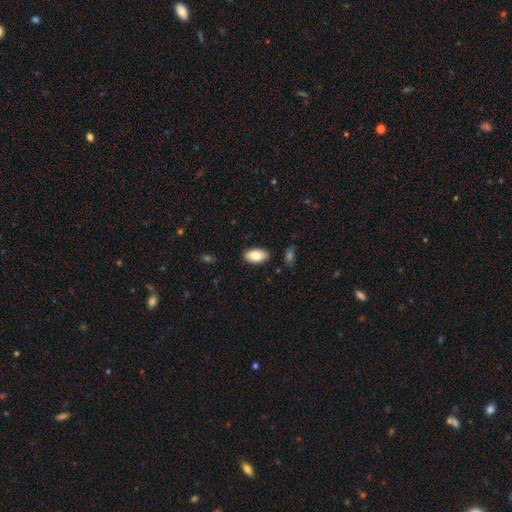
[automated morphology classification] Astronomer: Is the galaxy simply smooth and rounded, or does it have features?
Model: smooth — 85%.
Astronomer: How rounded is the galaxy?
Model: in between — 94%.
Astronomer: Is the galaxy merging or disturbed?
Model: none — 86%.